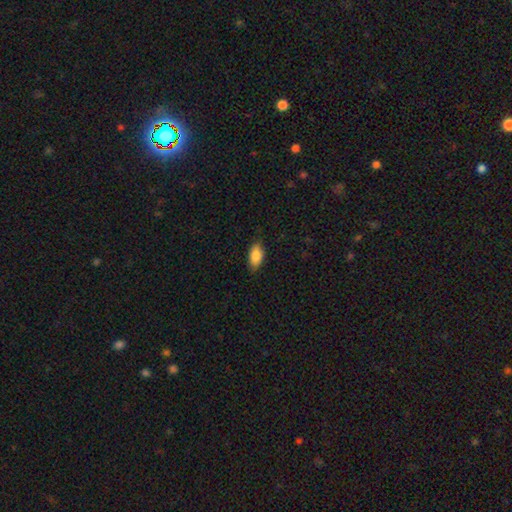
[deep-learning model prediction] Smooth or featured? Predicted: smooth (p=0.87). How rounded? Predicted: in between (p=0.91). Merging? Predicted: none (p=0.81).